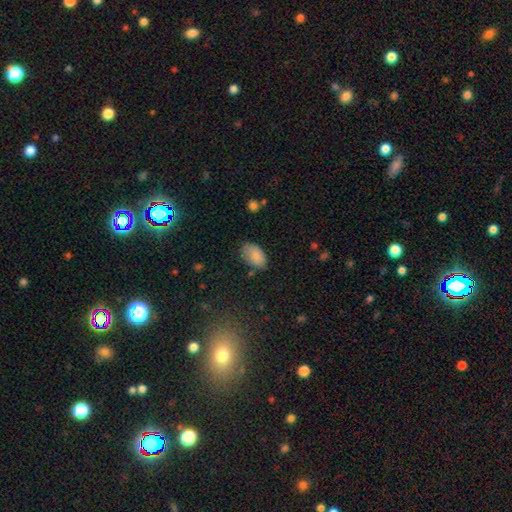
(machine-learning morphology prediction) Overall: smooth (84%). How rounded: in between (92%). Merging: none (70%).